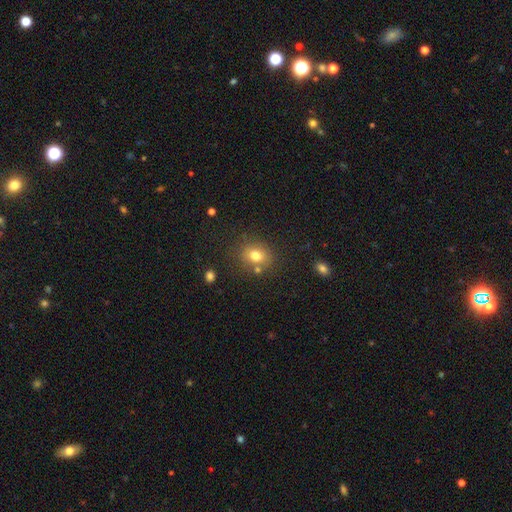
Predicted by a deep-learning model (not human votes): This is likely a smooth galaxy (76%). How rounded: possibly round (58%). Merging: likely none (73%).